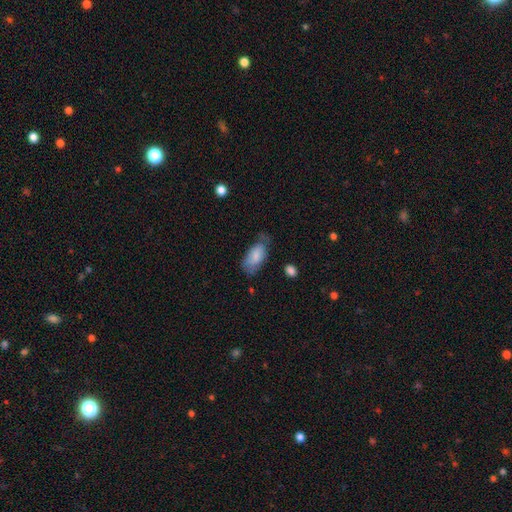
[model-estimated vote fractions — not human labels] Morphology: type=smooth (78%); roundness=in between (92%); merging=none (49%).